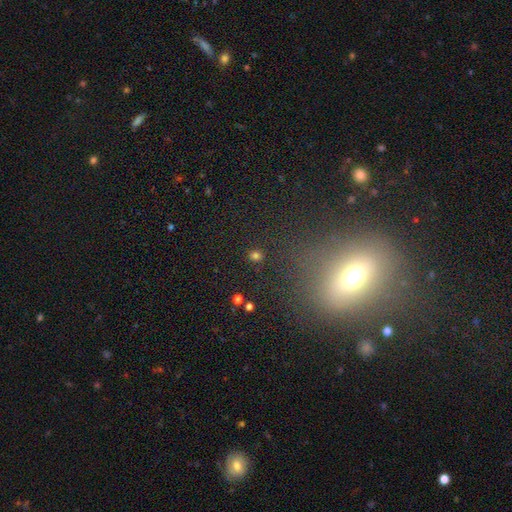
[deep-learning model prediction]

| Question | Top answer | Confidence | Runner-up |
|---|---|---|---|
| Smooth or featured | smooth | 76% | star or artifact (19%) |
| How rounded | round | 81% | in between (18%) |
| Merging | none | 88% | minor disturbance (7%) |